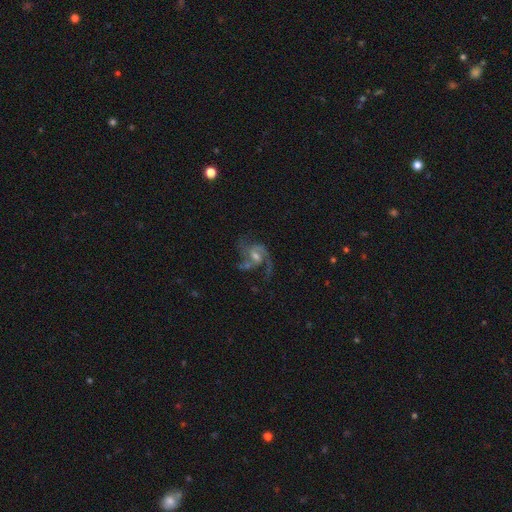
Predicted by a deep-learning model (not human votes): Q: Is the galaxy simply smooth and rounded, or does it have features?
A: featured or disk — 85%.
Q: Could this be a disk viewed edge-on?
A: no — 98%.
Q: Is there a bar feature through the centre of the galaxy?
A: weak — 46%.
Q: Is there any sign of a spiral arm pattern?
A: yes — 95%.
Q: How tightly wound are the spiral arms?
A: medium — 48%.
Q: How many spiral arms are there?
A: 2 — 54%.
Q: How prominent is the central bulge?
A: moderate — 54%.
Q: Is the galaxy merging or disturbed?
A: none — 51%.